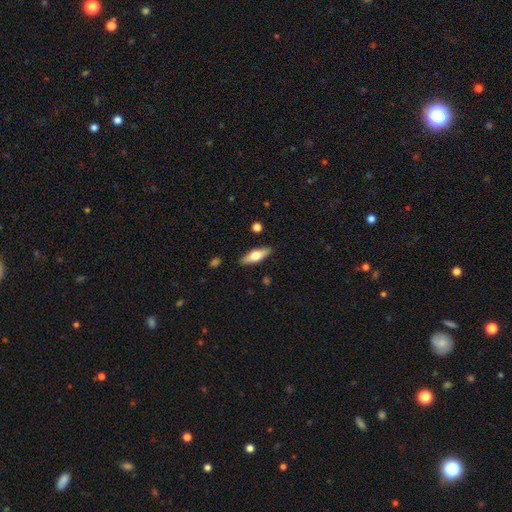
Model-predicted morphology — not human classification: Smooth or featured? Predicted: smooth (p=0.50). How rounded? Predicted: in between (p=0.55). Merging? Predicted: none (p=0.88).